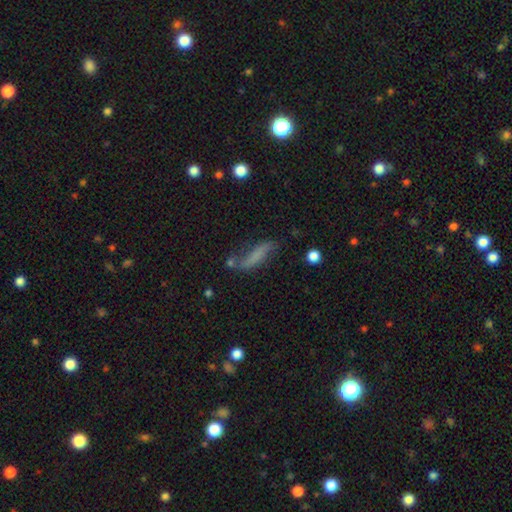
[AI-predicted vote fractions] A smooth galaxy with no disk features (53%) that is cigar-shaped (66%).

Vote fractions:
- Smooth or featured? smooth: 53% / featured or disk: 36% / star or artifact: 11%
- How rounded? cigar-shaped: 66% / in between: 30% / round: 4%
- Merging? none: 52% / minor disturbance: 25% / major disturbance: 13% / merger: 10%